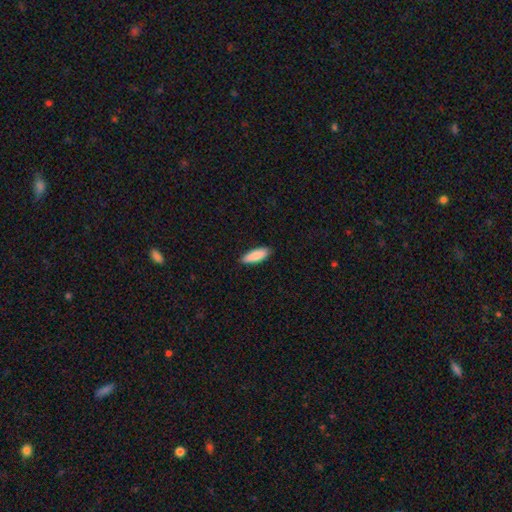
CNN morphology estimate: A smooth galaxy with no disk features (86%) that is in between round and cigar-shaped (58%). Merging: none (88%).